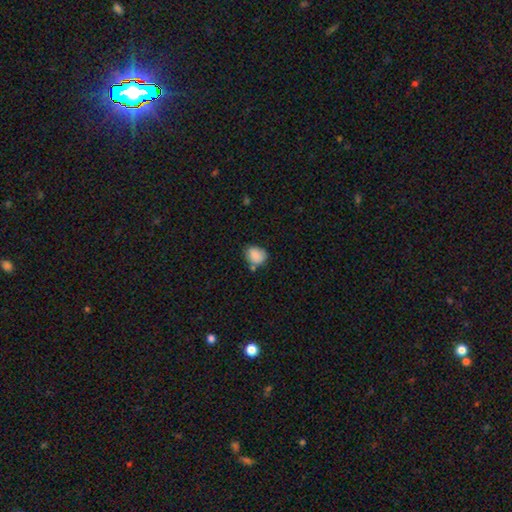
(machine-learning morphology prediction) Smooth or featured? Predicted: smooth (p=0.87). How rounded? Predicted: in between (p=0.52). Merging? Predicted: none (p=0.65).